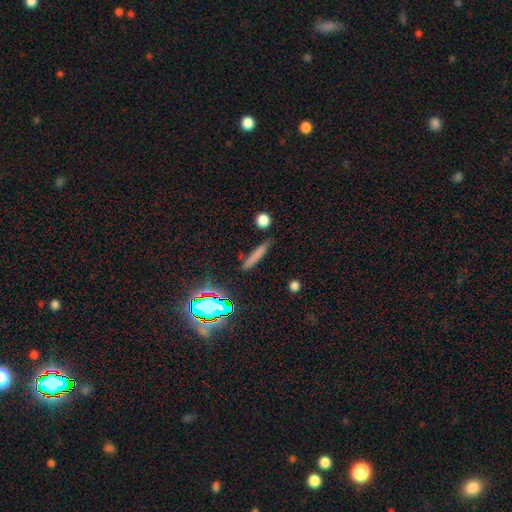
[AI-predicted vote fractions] This appears to be a smooth galaxy with no disk features (69%) that is cigar-shaped (89%). Merging: none (82%).